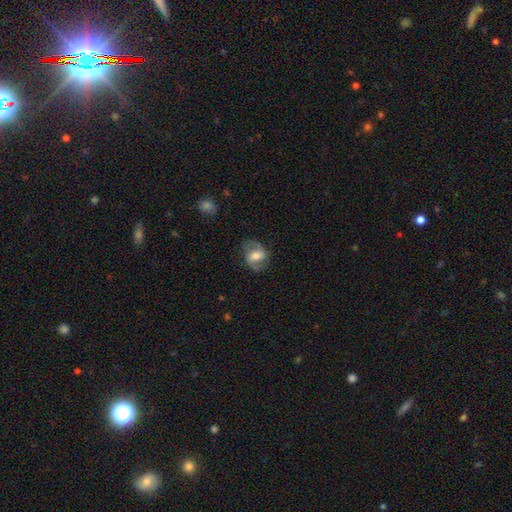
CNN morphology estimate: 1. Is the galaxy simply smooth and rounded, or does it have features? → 67% featured or disk, 26% smooth, 7% star or artifact.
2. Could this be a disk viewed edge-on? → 96% no, 4% yes.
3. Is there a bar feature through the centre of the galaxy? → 46% weak, 30% no, 24% strong.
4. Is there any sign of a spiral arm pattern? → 87% yes, 13% no.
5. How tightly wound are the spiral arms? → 47% medium, 37% loose, 16% tight.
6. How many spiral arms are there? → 89% 2, 5% can't tell, 3% 1, 1% 3, 1% 4, 1% more than 4.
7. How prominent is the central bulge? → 59% moderate, 20% small, 16% large, 3% none, 2% dominant.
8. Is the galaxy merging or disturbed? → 74% none, 17% minor disturbance, 8% major disturbance, 1% merger.